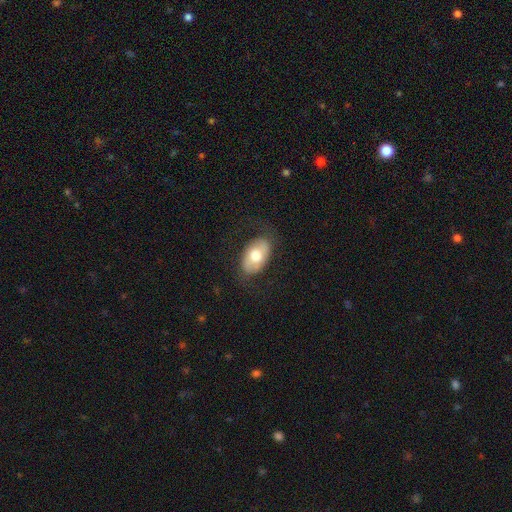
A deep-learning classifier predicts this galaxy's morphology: Q: Smooth or featured?
A: smooth (61%); runner-up: featured or disk (33%)
Q: How rounded?
A: in between (91%); runner-up: round (8%)
Q: Merging?
A: none (74%); runner-up: minor disturbance (17%)